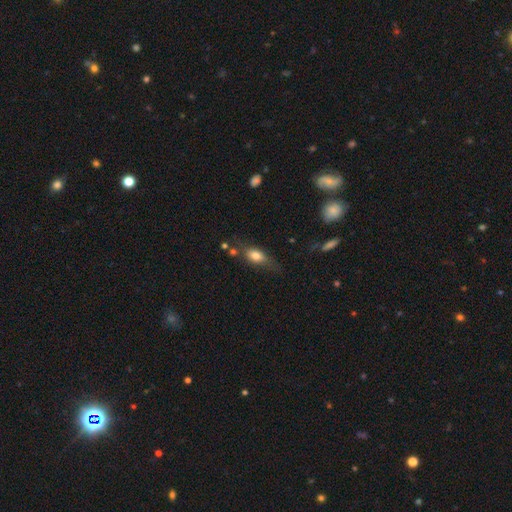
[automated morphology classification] type=smooth (73%); roundness=in between (75%); merging=none (58%).